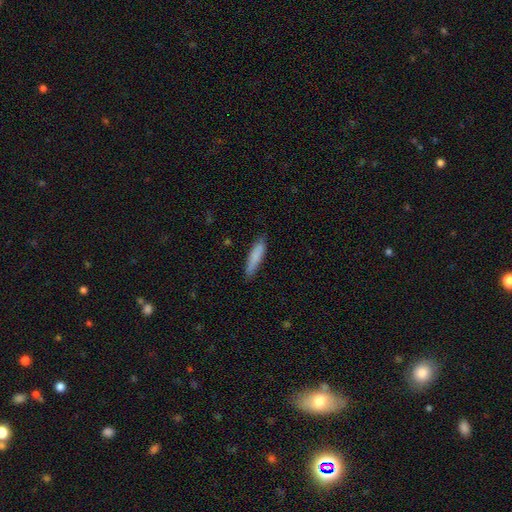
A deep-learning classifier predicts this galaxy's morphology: type=smooth (82%); roundness=cigar-shaped (83%); merging=none (82%).